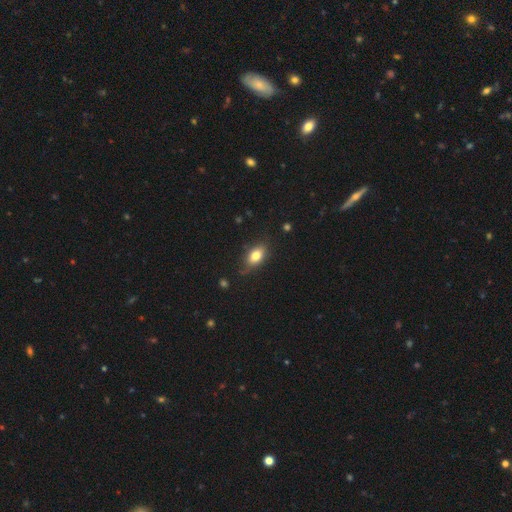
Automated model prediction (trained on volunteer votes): smooth-or-featured: smooth: 78% | featured or disk: 13% | star or artifact: 9%
  how-rounded: in between: 85% | round: 11% | cigar-shaped: 4%
  merging: none: 75% | minor disturbance: 19% | major disturbance: 4% | merger: 2%